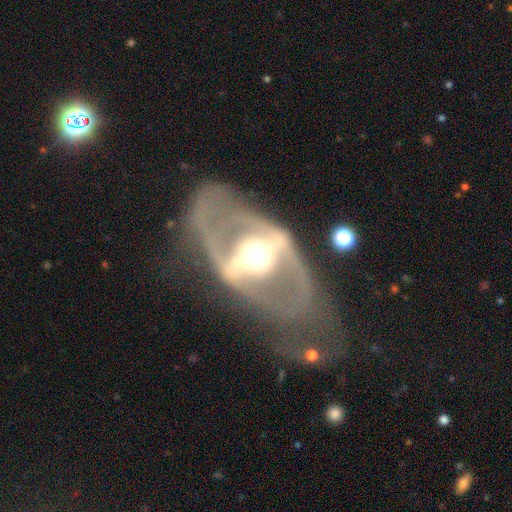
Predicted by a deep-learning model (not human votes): Smooth or featured? featured or disk (83%)
Edge-on disk? no (87%)
Bar? strong (57%)
Spiral arms? yes (54%)
Bulge size? moderate (57%)
Merging? none (55%)